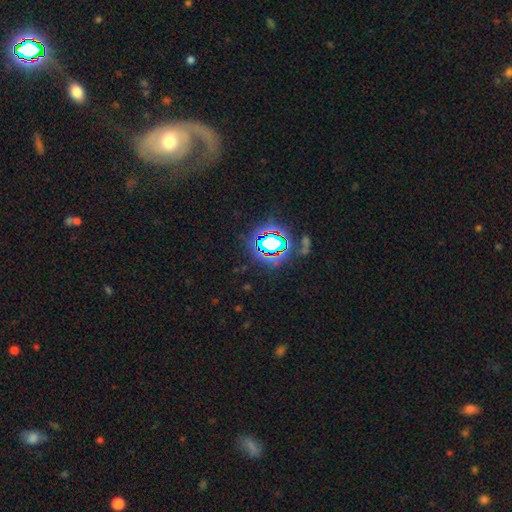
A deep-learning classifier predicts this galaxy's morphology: This is possibly a featured or disk galaxy (50%). It is clearly not viewed edge-on (91%). Merging: possibly none (55%).